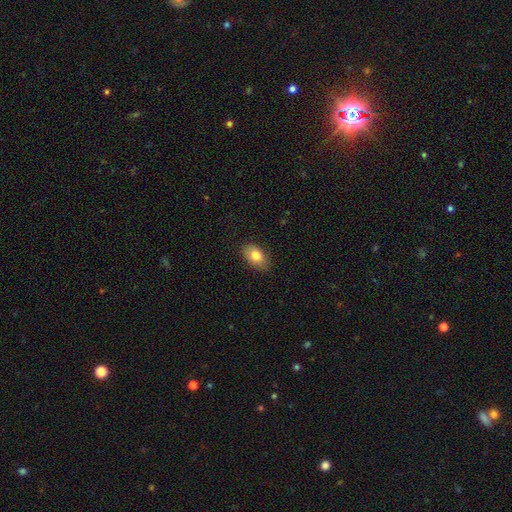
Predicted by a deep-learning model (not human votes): Morphology: type=smooth (80%); roundness=in between (89%); merging=none (85%).